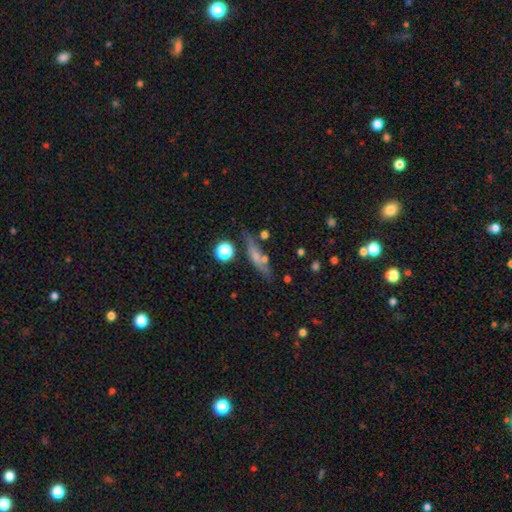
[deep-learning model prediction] smooth-or-featured: smooth: 44% | featured or disk: 40% | star or artifact: 16%
  merging: none: 74% | minor disturbance: 14% | merger: 7% | major disturbance: 5%